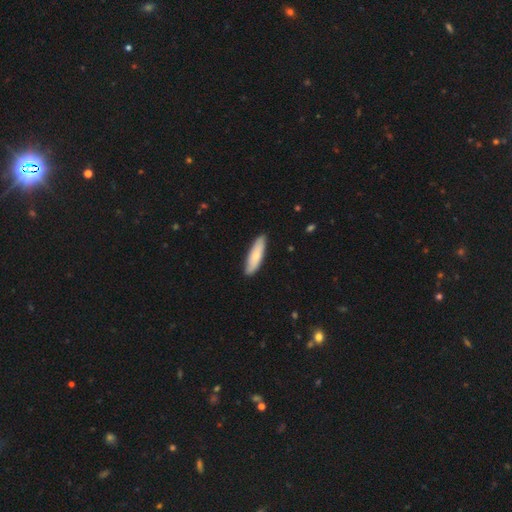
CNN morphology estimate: This appears to be a smooth galaxy with no disk features (73%) that is cigar-shaped (63%). Merging: none (87%).